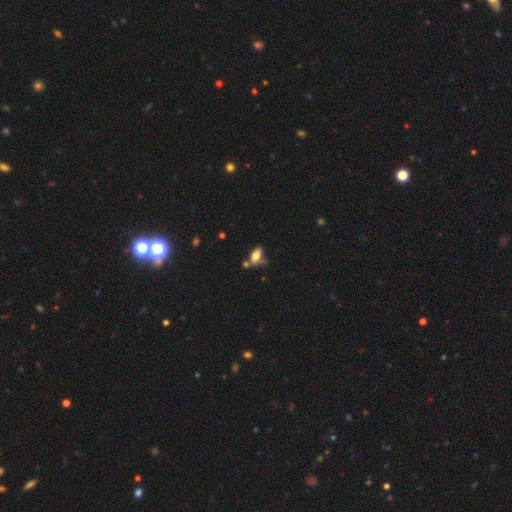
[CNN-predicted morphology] Smooth or featured?
  - smooth: 66% *
  - featured or disk: 24%
  - star or artifact: 10%
How rounded?
  - in between: 84% *
  - cigar-shaped: 9%
  - round: 7%
Merging?
  - none: 41% *
  - minor disturbance: 25%
  - merger: 21%
  - major disturbance: 13%